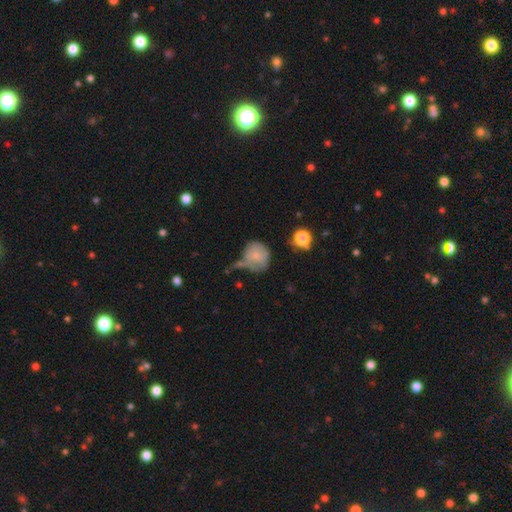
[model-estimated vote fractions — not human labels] Q: Smooth or featured?
A: smooth (70%); runner-up: featured or disk (20%)
Q: How rounded?
A: round (84%); runner-up: in between (15%)
Q: Merging?
A: none (40%); runner-up: minor disturbance (27%)